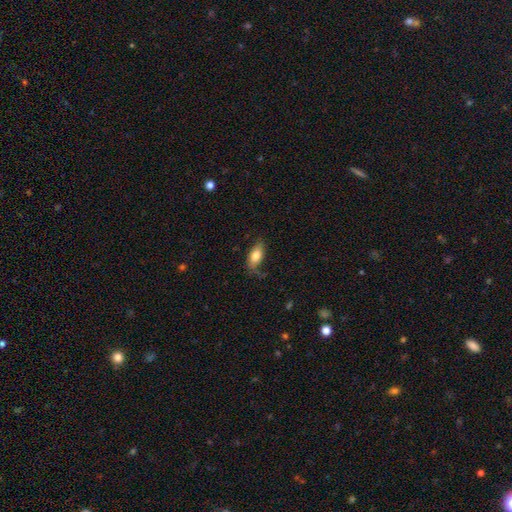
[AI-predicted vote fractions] A smooth galaxy with no disk features (75%) that is in between round and cigar-shaped (84%). Merging: none (67%).